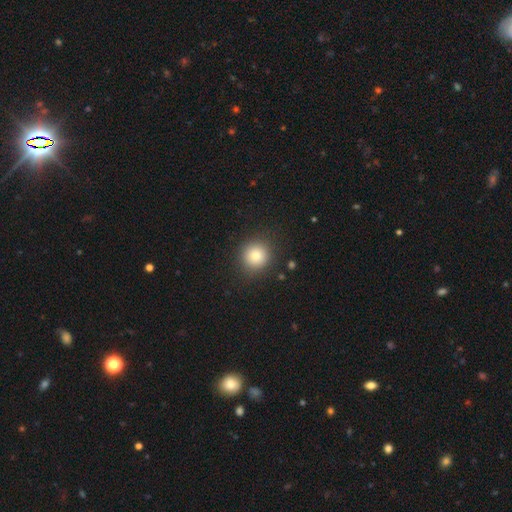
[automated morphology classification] smooth-or-featured: smooth: 81% | star or artifact: 11% | featured or disk: 8%
  how-rounded: round: 92% | in between: 7% | cigar-shaped: 1%
  merging: none: 88% | minor disturbance: 8% | major disturbance: 3% | merger: 1%